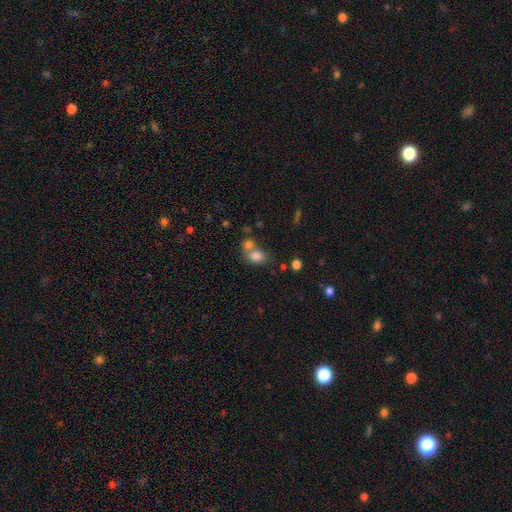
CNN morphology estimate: A smooth galaxy with no disk features (80%) that is in between round and cigar-shaped (66%).

Vote fractions:
- Smooth or featured? smooth: 80% / star or artifact: 11% / featured or disk: 9%
- How rounded? in between: 66% / round: 33% / cigar-shaped: 1%
- Merging? merger: 43% / none: 41% / minor disturbance: 10% / major disturbance: 5%